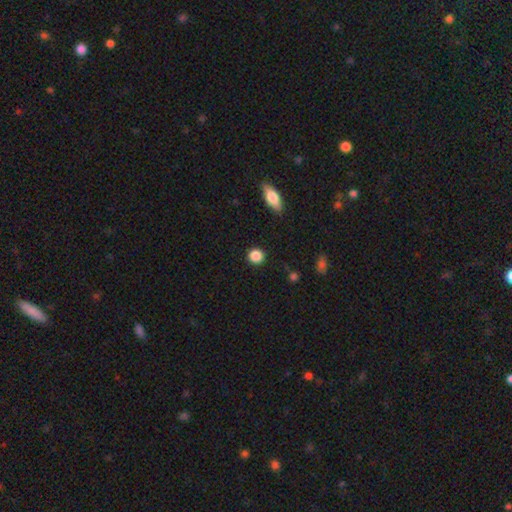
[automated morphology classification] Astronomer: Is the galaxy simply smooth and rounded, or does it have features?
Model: smooth — 87%.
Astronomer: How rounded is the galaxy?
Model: round — 90%.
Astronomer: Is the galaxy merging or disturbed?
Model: none — 90%.